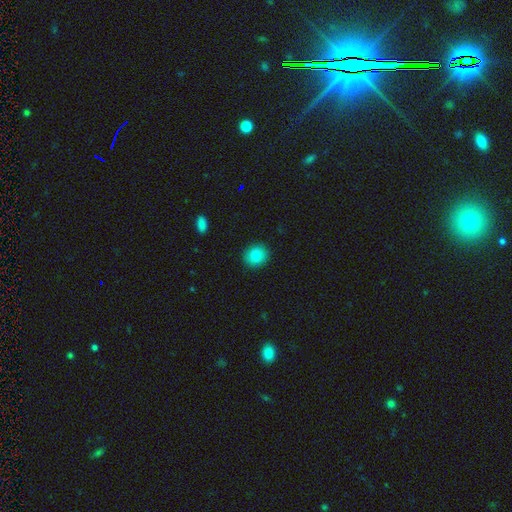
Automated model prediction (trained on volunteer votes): Smooth or featured? smooth (81%)
How rounded? round (83%)
Merging? none (91%)